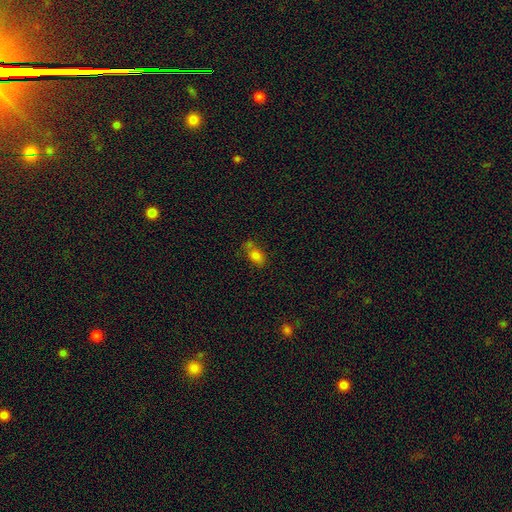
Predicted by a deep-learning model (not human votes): Overall: smooth (77%). How rounded: in between (82%). Merging: none (48%; merger 25%).